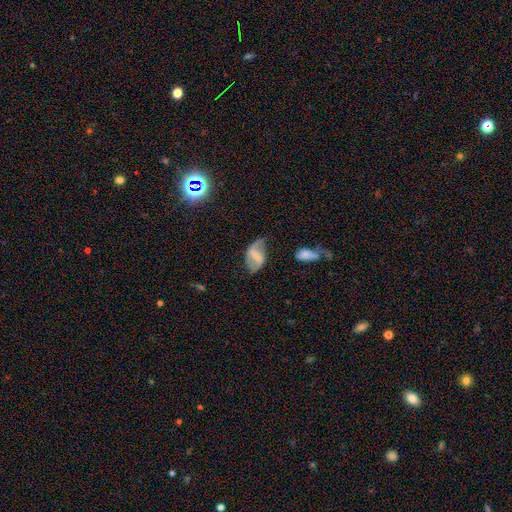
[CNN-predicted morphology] Smooth or featured?
  - featured or disk: 65% *
  - smooth: 27%
  - star or artifact: 8%
Edge-on disk?
  - no: 95% *
  - yes: 5%
Bar?
  - strong: 43% *
  - weak: 39%
  - no: 17%
Spiral arms?
  - yes: 76% *
  - no: 24%
Bulge size?
  - small: 50% *
  - moderate: 23%
  - none: 23%
  - large: 2%
  - dominant: 1%
Merging?
  - none: 57% *
  - minor disturbance: 25%
  - major disturbance: 14%
  - merger: 4%